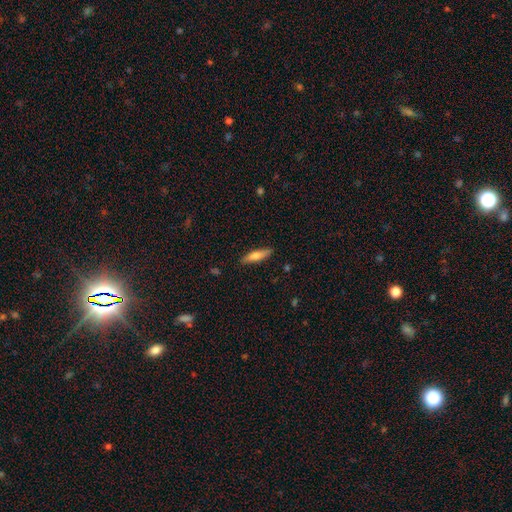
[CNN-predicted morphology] smooth_or_featured: smooth (p=0.63) [alt: featured or disk p=0.31]
how_rounded: cigar-shaped (p=0.74) [alt: in between p=0.24]
merging: none (p=0.88) [alt: minor disturbance p=0.09]